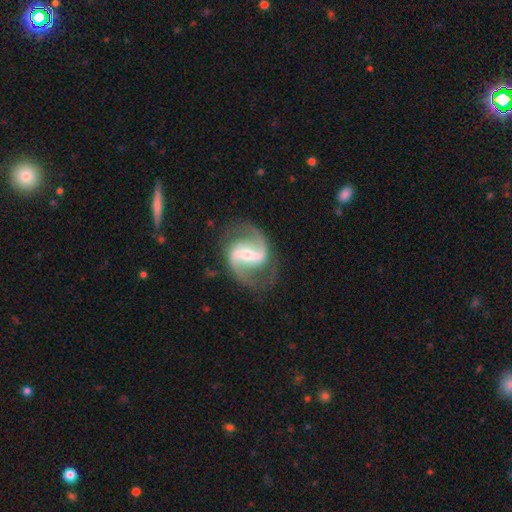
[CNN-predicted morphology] Smooth or featured? featured or disk (91%)
Edge-on disk? no (98%)
Bar? strong (49%)
Spiral arms? yes (97%)
Spiral winding? medium (47%)
Spiral arm count? 2 (93%)
Bulge size? small (56%)
Merging? none (79%)